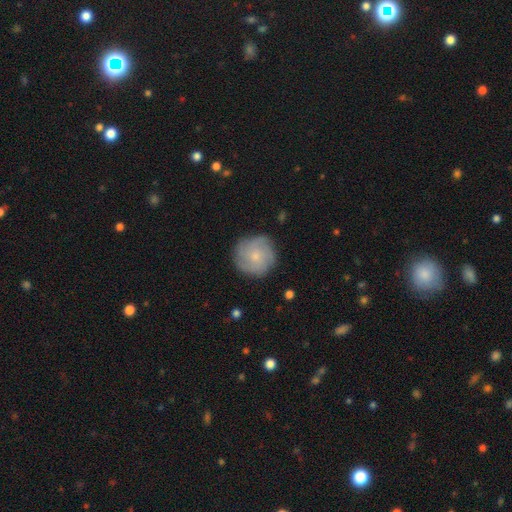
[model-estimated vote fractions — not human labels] Smooth or featured? smooth (46%, tied with featured or disk)
Merging? none (82%)